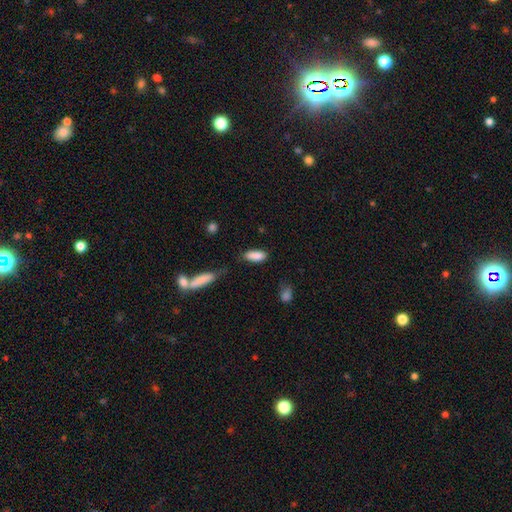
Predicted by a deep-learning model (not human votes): The model was most divided on "merging": none: 69%, minor disturbance: 21%, major disturbance: 6%, merger: 5%. More confident: smooth or featured — smooth (87%); how rounded — in between (76%).